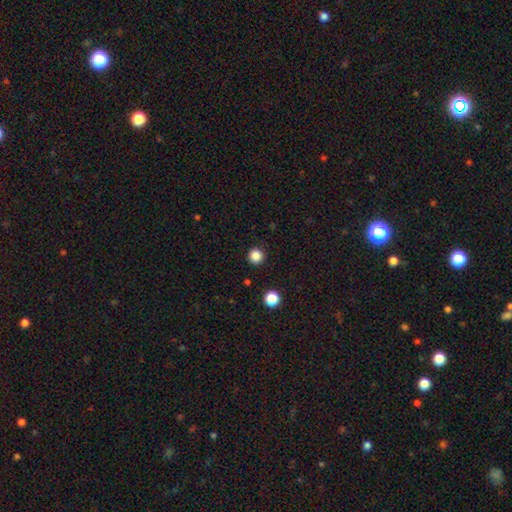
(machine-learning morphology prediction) Overall: smooth (86%). How rounded: round (95%). Merging: none (92%).